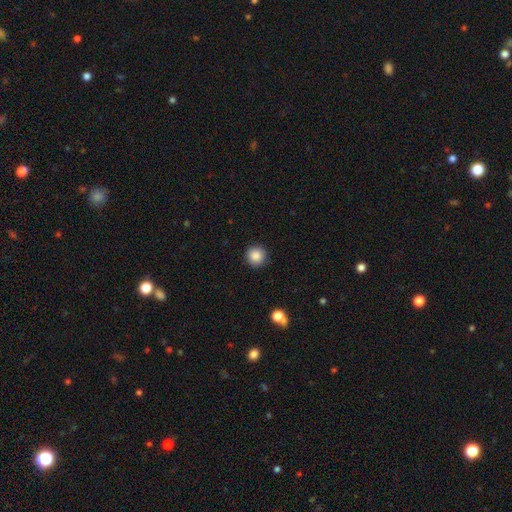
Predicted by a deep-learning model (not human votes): This appears to be a smooth galaxy with no disk features (87%) that is round (95%). Merging: none (91%).